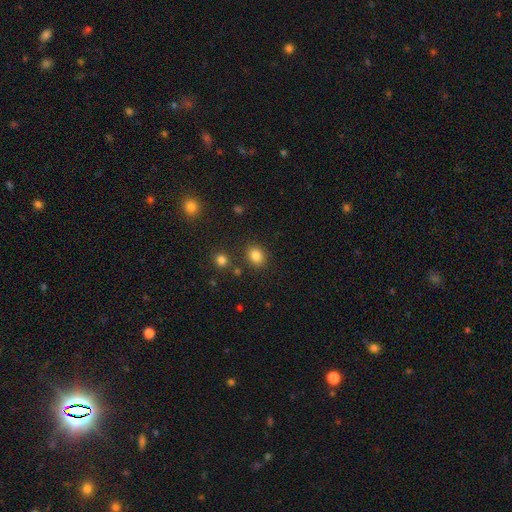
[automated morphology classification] smooth-or-featured: smooth: 84% | star or artifact: 11% | featured or disk: 5%
  how-rounded: round: 56% | in between: 43% | cigar-shaped: 1%
  merging: none: 83% | minor disturbance: 9% | merger: 4% | major disturbance: 3%